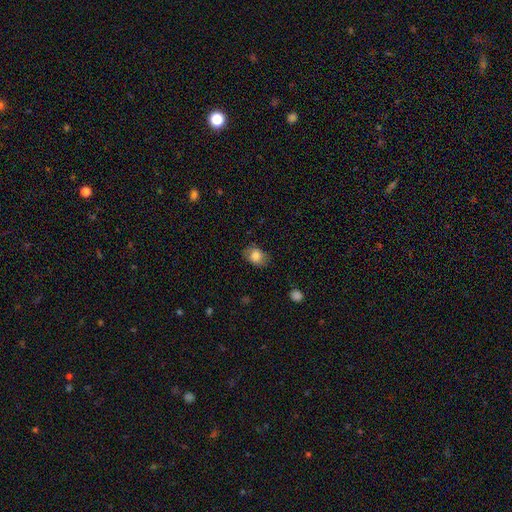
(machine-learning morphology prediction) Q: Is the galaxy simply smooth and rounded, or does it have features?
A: smooth — 82%.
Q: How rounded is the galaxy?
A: in between — 67%.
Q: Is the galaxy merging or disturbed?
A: none — 76%.